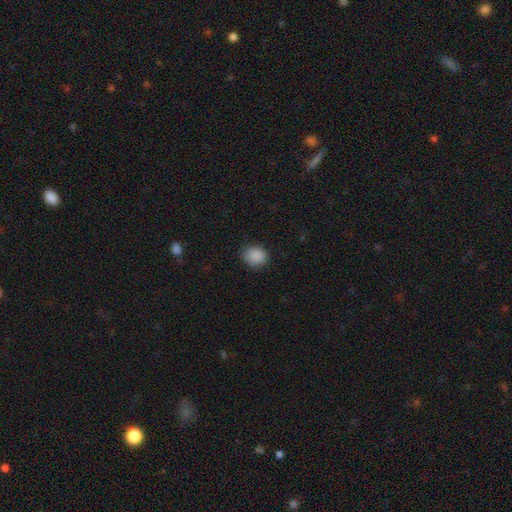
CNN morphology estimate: Q: Smooth or featured?
A: smooth (88%); runner-up: star or artifact (9%)
Q: How rounded?
A: round (67%); runner-up: in between (32%)
Q: Merging?
A: none (80%); runner-up: minor disturbance (15%)